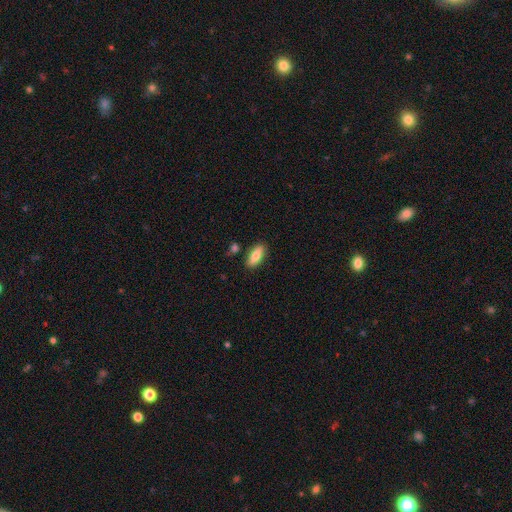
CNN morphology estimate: smooth 77%, featured or disk 16%, star or artifact 7%. Down the decision tree: how rounded — in between (78%); merging — none (84%).